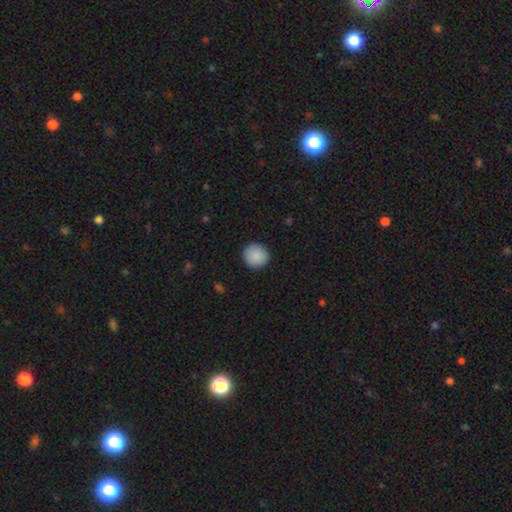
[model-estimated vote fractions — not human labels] A smooth galaxy with no disk features (90%) that is round (93%).

Vote fractions:
- Smooth or featured? smooth: 90% / star or artifact: 7% / featured or disk: 3%
- How rounded? round: 93% / in between: 6% / cigar-shaped: 1%
- Merging? none: 92% / minor disturbance: 6% / major disturbance: 2% / merger: 1%